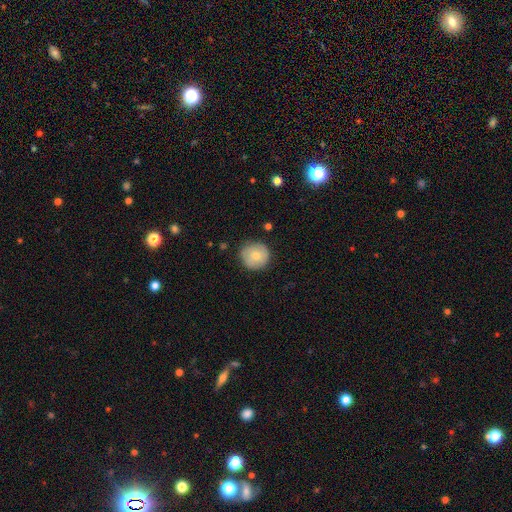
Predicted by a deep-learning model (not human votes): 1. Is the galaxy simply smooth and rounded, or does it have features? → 75% smooth, 18% featured or disk, 7% star or artifact.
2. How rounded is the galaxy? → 93% round, 6% in between, 1% cigar-shaped.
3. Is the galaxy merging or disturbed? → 81% none, 15% minor disturbance, 3% major disturbance, 1% merger.